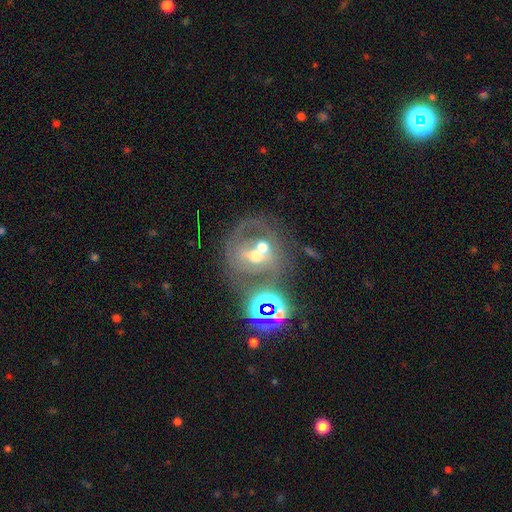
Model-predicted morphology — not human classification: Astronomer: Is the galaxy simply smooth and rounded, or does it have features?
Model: featured or disk — 52% (runner-up: smooth, 27%).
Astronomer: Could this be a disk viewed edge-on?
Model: no — 95%.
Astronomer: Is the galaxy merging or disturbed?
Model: merger — 44% (runner-up: none, 33%).